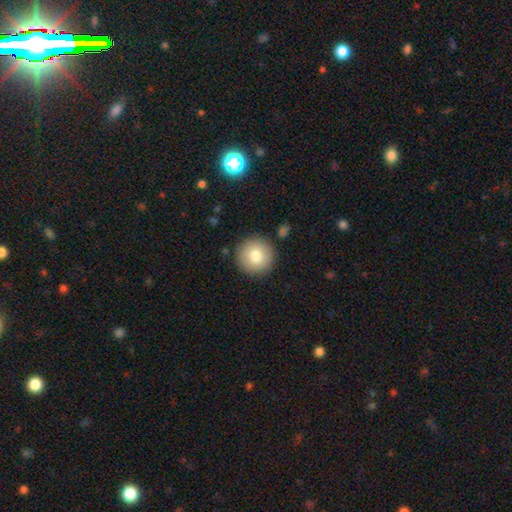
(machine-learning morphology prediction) smooth-or-featured: smooth: 80% | featured or disk: 12% | star or artifact: 9%
  how-rounded: round: 96% | in between: 3% | cigar-shaped: 1%
  merging: none: 89% | minor disturbance: 7% | major disturbance: 2% | merger: 2%